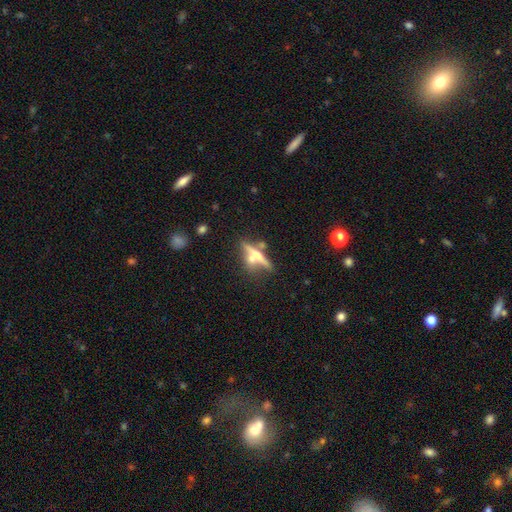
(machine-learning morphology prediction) A featured or disk galaxy (57%) viewed edge-on (88%).

Vote fractions:
- Smooth or featured? featured or disk: 57% / smooth: 34% / star or artifact: 9%
- Edge-on disk? yes: 88% / no: 12%
- Merging? none: 51% / merger: 30% / minor disturbance: 13% / major disturbance: 7%